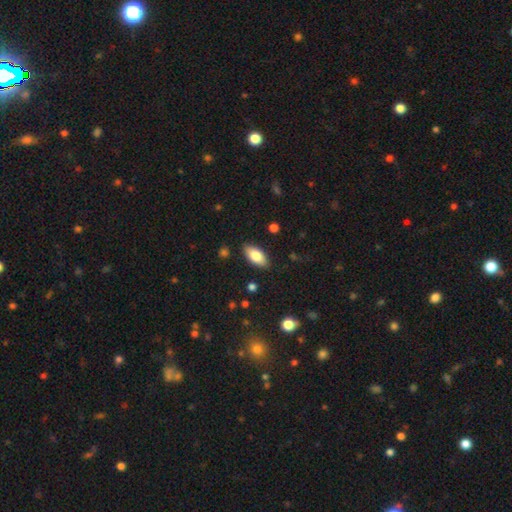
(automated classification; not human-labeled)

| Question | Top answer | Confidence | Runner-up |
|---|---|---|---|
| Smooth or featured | smooth | 79% | featured or disk (14%) |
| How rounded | in between | 91% | cigar-shaped (7%) |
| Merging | none | 86% | minor disturbance (10%) |